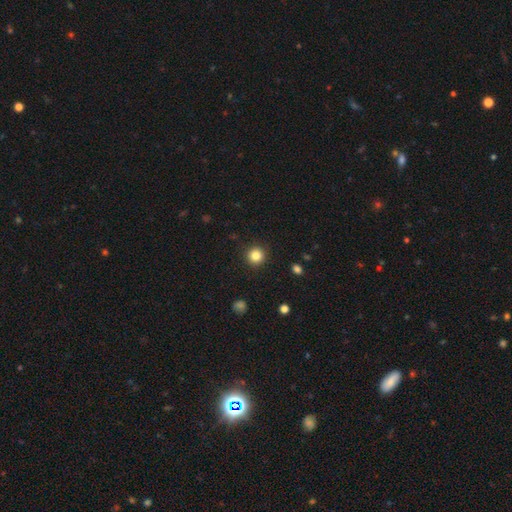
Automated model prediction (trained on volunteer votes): This is clearly a smooth galaxy (84%). How rounded: clearly round (95%). Merging: clearly none (92%).